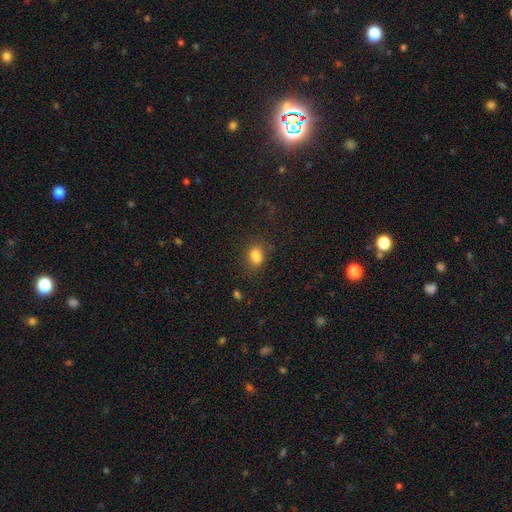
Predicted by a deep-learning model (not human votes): The model was most divided on "merging": none: 59%, minor disturbance: 19%, merger: 14%, major disturbance: 9%. More confident: smooth or featured — smooth (79%); how rounded — in between (69%).